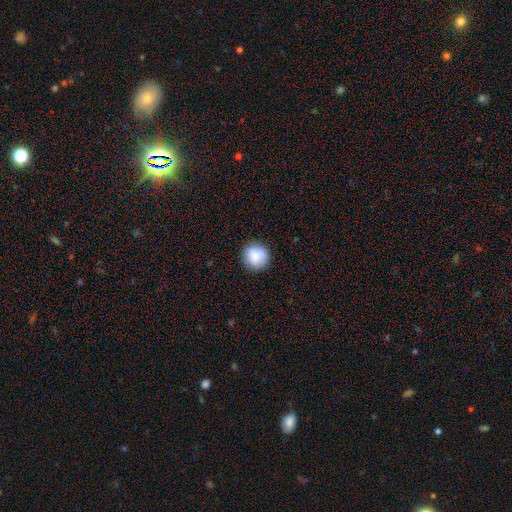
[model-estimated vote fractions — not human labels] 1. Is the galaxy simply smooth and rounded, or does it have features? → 82% smooth, 10% featured or disk, 8% star or artifact.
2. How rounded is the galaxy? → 91% round, 8% in between, 1% cigar-shaped.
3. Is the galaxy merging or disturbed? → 82% none, 13% minor disturbance, 3% major disturbance, 2% merger.